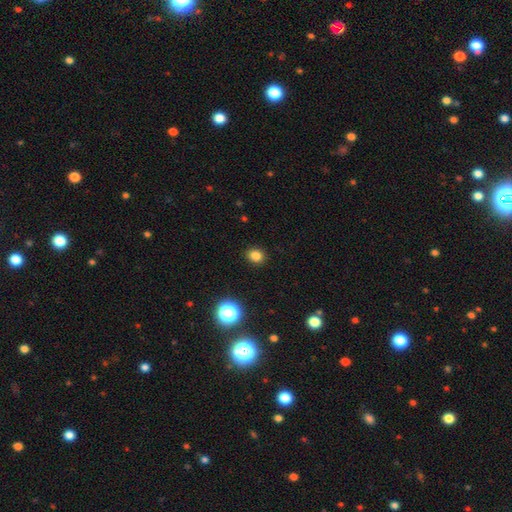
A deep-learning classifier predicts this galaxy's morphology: Smooth or featured? smooth (81%)
How rounded? round (65%)
Merging? none (90%)